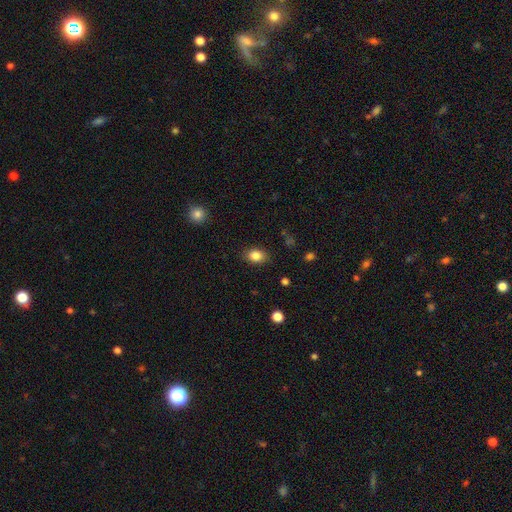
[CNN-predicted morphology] Q: Smooth or featured?
A: smooth (86%); runner-up: star or artifact (9%)
Q: How rounded?
A: in between (69%); runner-up: round (30%)
Q: Merging?
A: none (84%); runner-up: minor disturbance (11%)